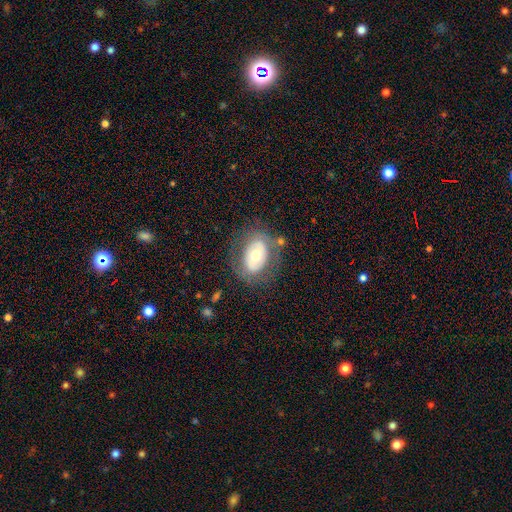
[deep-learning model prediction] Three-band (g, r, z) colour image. It shows a featured or disk galaxy (49%). Merging: none (72%).